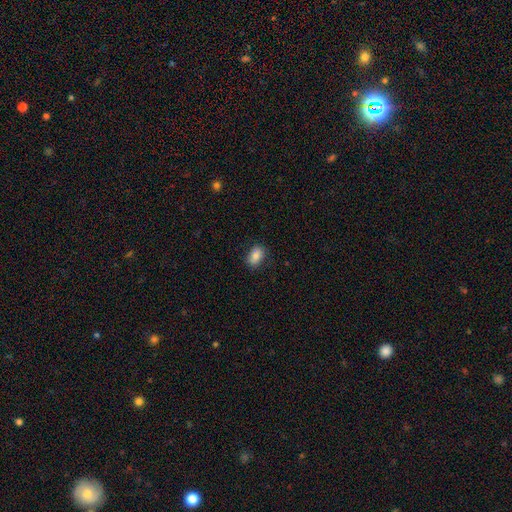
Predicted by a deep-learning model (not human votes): Smooth or featured?
  - smooth: 82% *
  - featured or disk: 9%
  - star or artifact: 8%
How rounded?
  - in between: 85% *
  - round: 13%
  - cigar-shaped: 2%
Merging?
  - none: 84% *
  - minor disturbance: 12%
  - major disturbance: 3%
  - merger: 1%